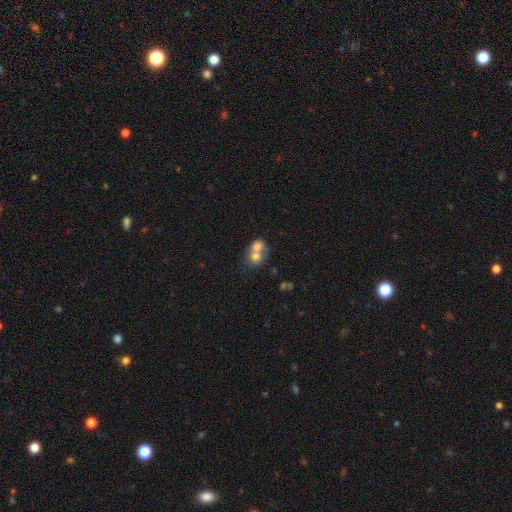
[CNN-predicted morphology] Smooth or featured?
  - smooth: 68% *
  - featured or disk: 23%
  - star or artifact: 9%
How rounded?
  - round: 60% *
  - in between: 39%
  - cigar-shaped: 1%
Merging?
  - merger: 74% *
  - none: 17%
  - minor disturbance: 5%
  - major disturbance: 3%